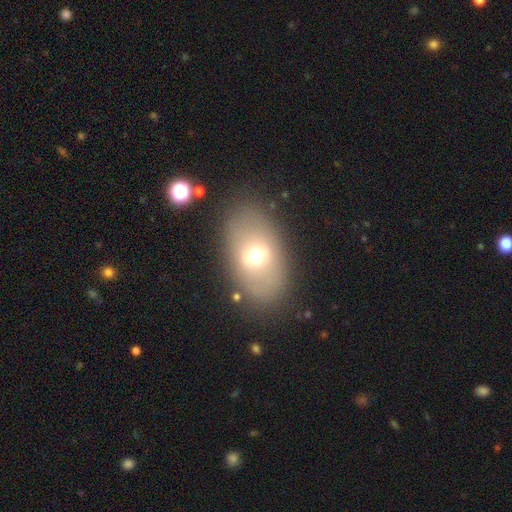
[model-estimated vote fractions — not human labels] Smooth or featured? Predicted: smooth (p=0.58). How rounded? Predicted: in between (p=0.85). Merging? Predicted: none (p=0.81).